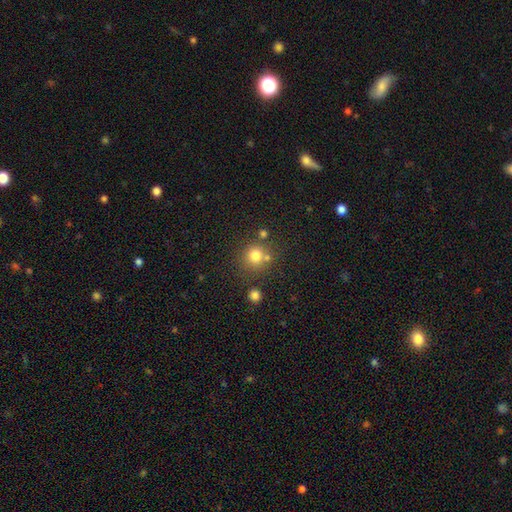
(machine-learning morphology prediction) smooth 77%, star or artifact 14%, featured or disk 8%. Down the decision tree: how rounded — round (90%); merging — none (69%).